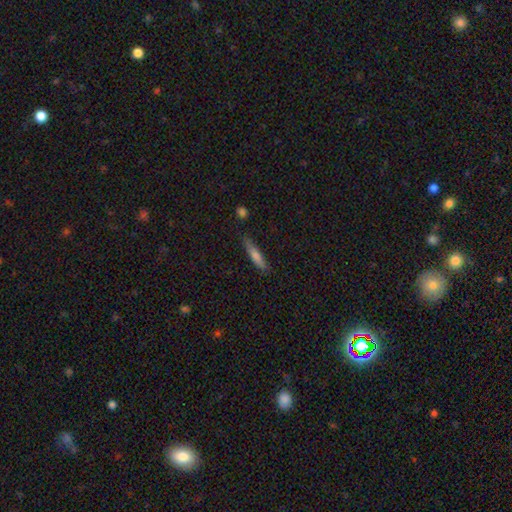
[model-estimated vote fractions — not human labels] A smooth galaxy with no disk features (67%) that is cigar-shaped (88%).

Vote fractions:
- Smooth or featured? smooth: 67% / featured or disk: 25% / star or artifact: 8%
- How rounded? cigar-shaped: 88% / in between: 11% / round: 2%
- Merging? none: 81% / minor disturbance: 14% / major disturbance: 3% / merger: 2%